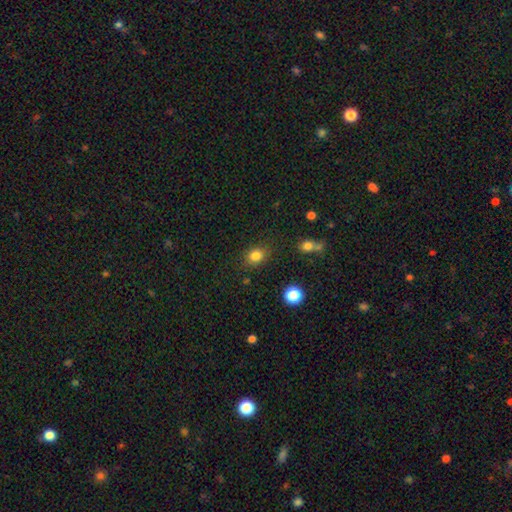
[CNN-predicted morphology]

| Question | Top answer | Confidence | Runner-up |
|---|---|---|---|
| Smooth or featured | smooth | 82% | star or artifact (13%) |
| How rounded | round | 53% | in between (46%) |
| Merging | none | 82% | minor disturbance (11%) |